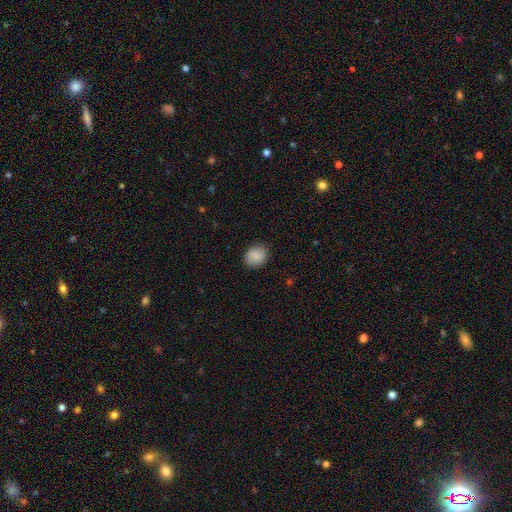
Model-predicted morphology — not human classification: smooth 87%, star or artifact 8%, featured or disk 5%. Down the decision tree: how rounded — round (56%); merging — none (87%).